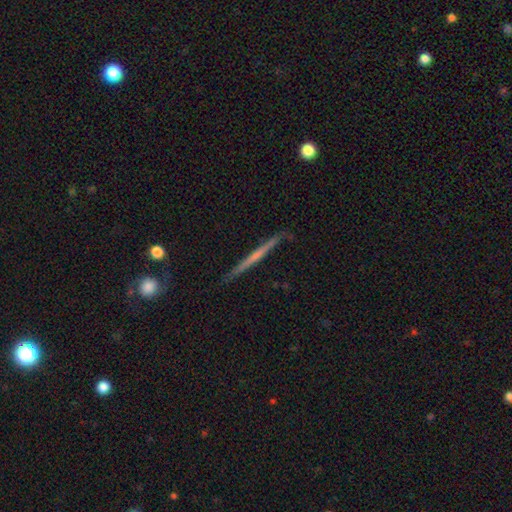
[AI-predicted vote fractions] This appears to be a featured or disk galaxy (61%) viewed edge-on (97%) with no central bulge (78%). Merging: none (86%).